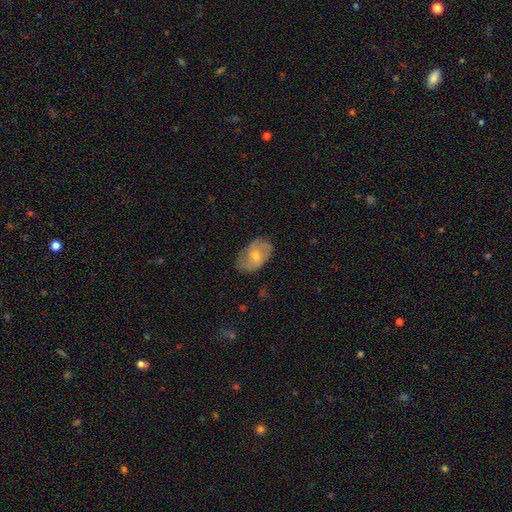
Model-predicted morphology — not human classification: This appears to be a smooth galaxy with no disk features (55%) that is in between round and cigar-shaped (87%). Merging: none (62%).